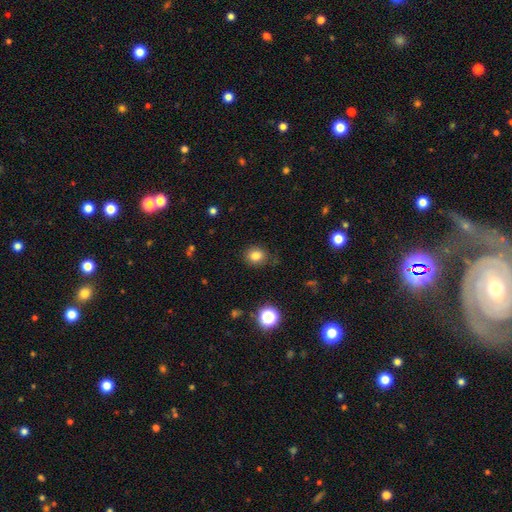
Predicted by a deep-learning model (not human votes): Smooth or featured: smooth — 81% (star or artifact — 13%)
How rounded: round — 69% (in between — 30%)
Merging: none — 82% (minor disturbance — 13%)